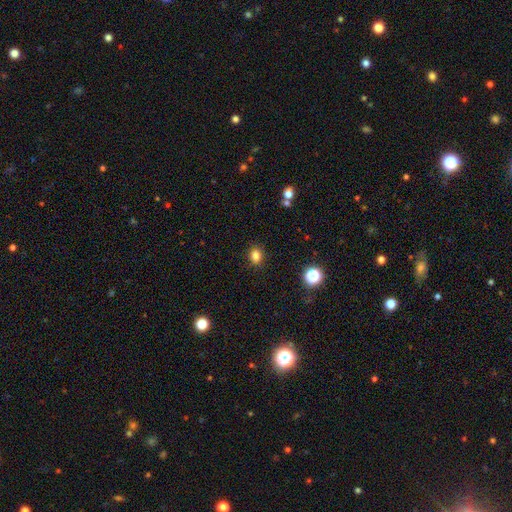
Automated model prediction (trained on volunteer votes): Overall: smooth (83%). How rounded: in between (55%; round 43%). Merging: none (88%).